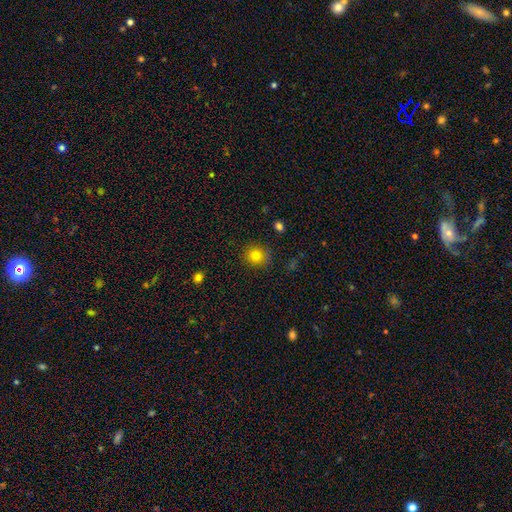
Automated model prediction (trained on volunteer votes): The model was most divided on "smooth or featured": smooth: 80%, star or artifact: 12%, featured or disk: 8%. More confident: how rounded — round (89%); merging — none (86%).